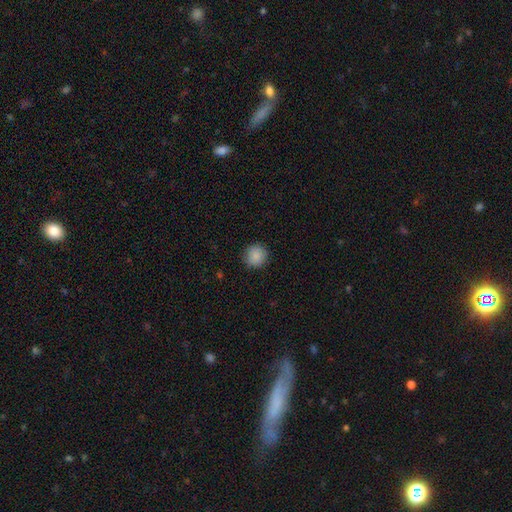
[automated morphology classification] Overall: smooth (88%). How rounded: round (92%). Merging: none (89%).